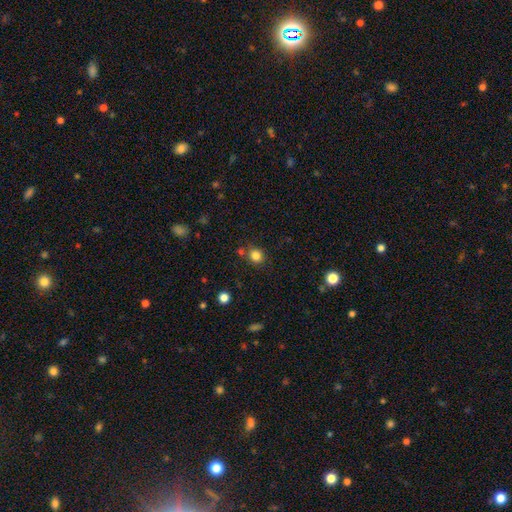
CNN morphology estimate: Smooth or featured? Predicted: smooth (p=0.82). How rounded? Predicted: round (p=0.84). Merging? Predicted: none (p=0.77).